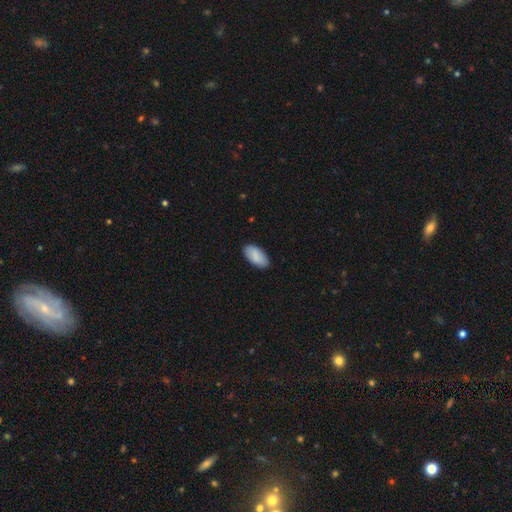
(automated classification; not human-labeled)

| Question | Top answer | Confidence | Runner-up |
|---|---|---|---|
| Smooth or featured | smooth | 88% | featured or disk (7%) |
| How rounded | in between | 95% | cigar-shaped (3%) |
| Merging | none | 87% | minor disturbance (10%) |